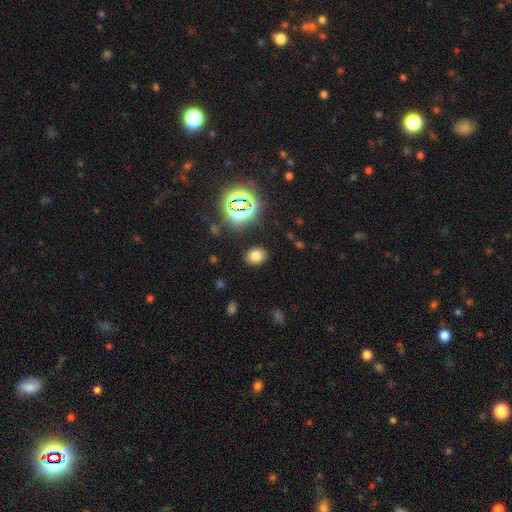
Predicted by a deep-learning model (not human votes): The model was most divided on "how rounded": in between: 57%, round: 42%, cigar-shaped: 1%. More confident: merging — none (87%); smooth or featured — smooth (72%).